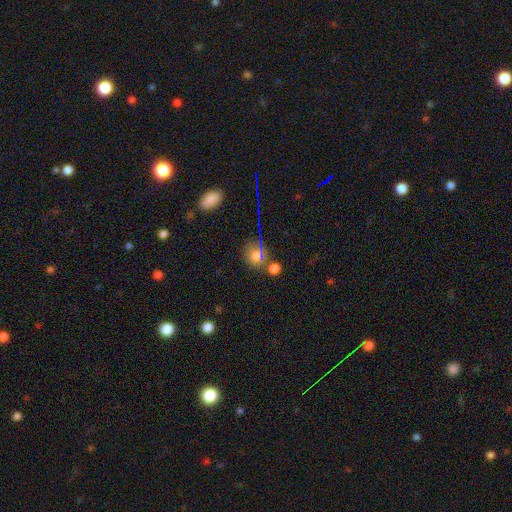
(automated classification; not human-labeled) smooth-or-featured: smooth: 60% | star or artifact: 30% | featured or disk: 10%
  how-rounded: round: 76% | in between: 22% | cigar-shaped: 2%
  merging: none: 64% | merger: 17% | minor disturbance: 13% | major disturbance: 6%